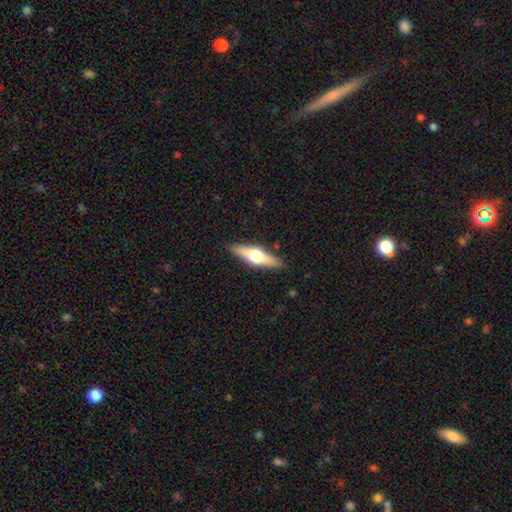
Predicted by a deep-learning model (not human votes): Smooth or featured? featured or disk (60%)
Edge-on disk? yes (95%)
Edge-on bulge? rounded (95%)
Merging? none (88%)